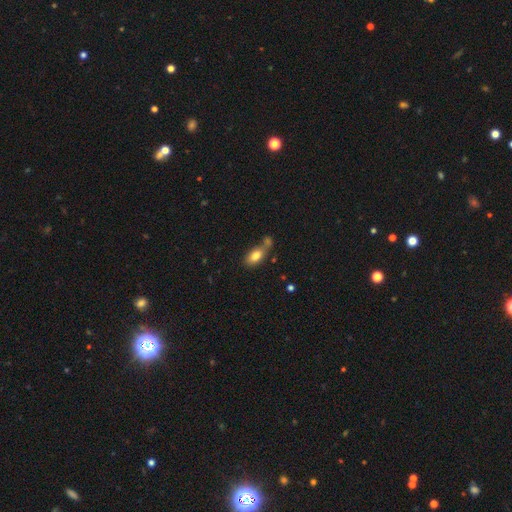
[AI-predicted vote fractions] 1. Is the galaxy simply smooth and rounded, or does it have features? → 80% smooth, 11% featured or disk, 8% star or artifact.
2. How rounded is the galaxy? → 88% in between, 6% round, 6% cigar-shaped.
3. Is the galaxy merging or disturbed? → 45% none, 34% merger, 16% minor disturbance, 6% major disturbance.